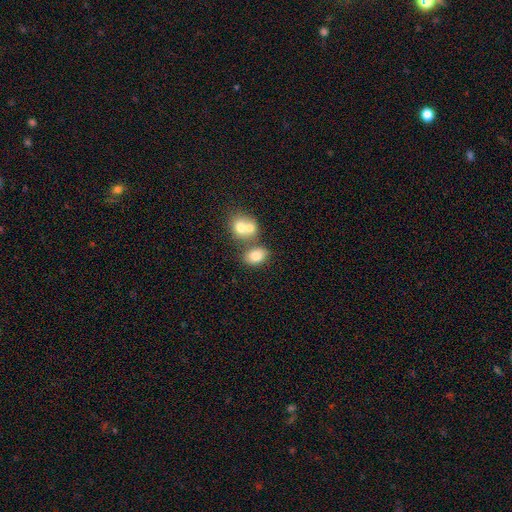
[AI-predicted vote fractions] A smooth galaxy with no disk features (78%) that is in between round and cigar-shaped (71%). Merging: none (49%).